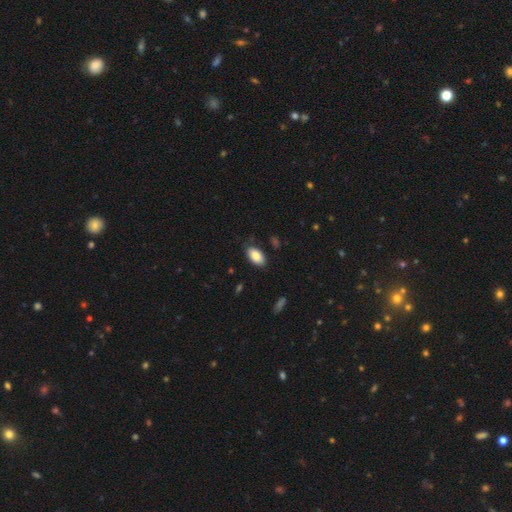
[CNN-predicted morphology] smooth-or-featured: smooth: 85% | featured or disk: 8% | star or artifact: 7%
  how-rounded: in between: 94% | round: 4% | cigar-shaped: 3%
  merging: none: 82% | minor disturbance: 14% | major disturbance: 3% | merger: 2%